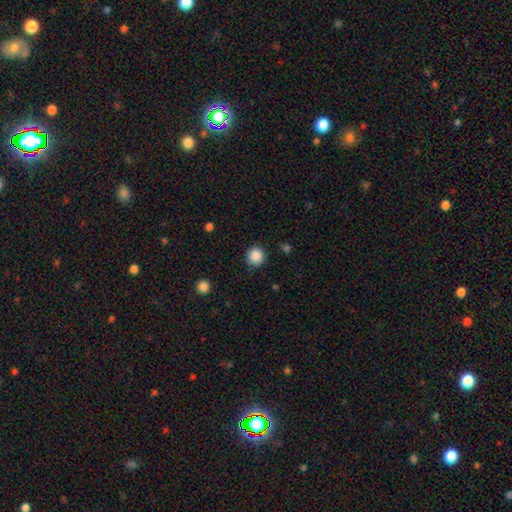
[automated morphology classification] Q: Smooth or featured?
A: smooth (87%); runner-up: star or artifact (10%)
Q: How rounded?
A: round (94%); runner-up: in between (5%)
Q: Merging?
A: none (87%); runner-up: minor disturbance (9%)